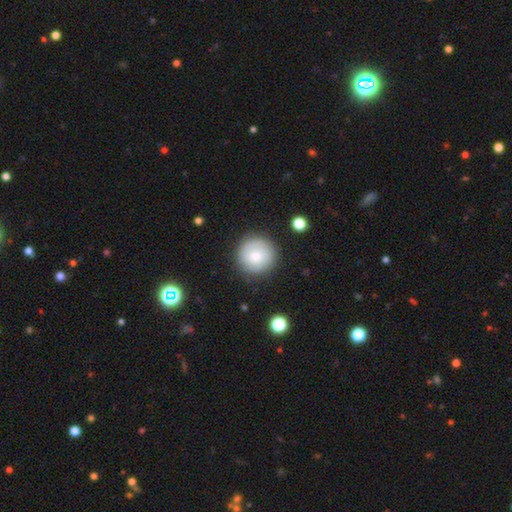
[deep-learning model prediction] A smooth galaxy with no disk features (78%) that is round (95%). Merging: none (87%).